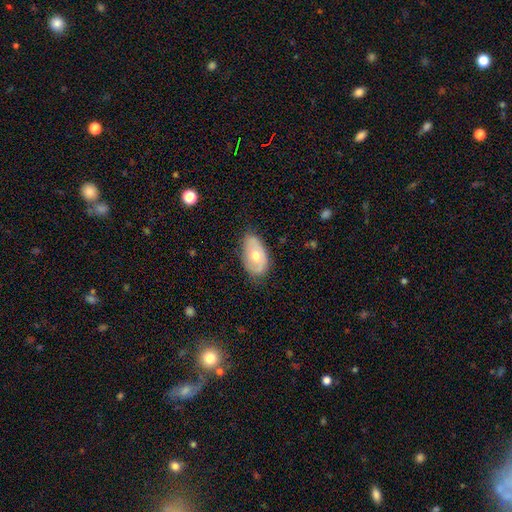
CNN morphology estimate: Smooth or featured?
  - smooth: 50% *
  - featured or disk: 44%
  - star or artifact: 6%
How rounded?
  - in between: 91% *
  - round: 7%
  - cigar-shaped: 2%
Merging?
  - none: 73% *
  - minor disturbance: 21%
  - major disturbance: 5%
  - merger: 1%